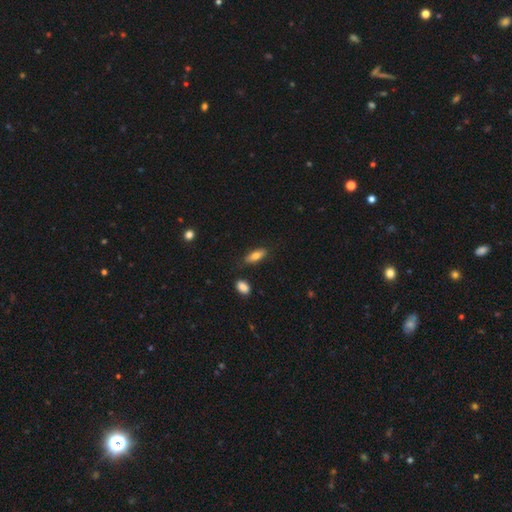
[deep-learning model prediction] Smooth or featured?
  - smooth: 75% *
  - featured or disk: 19%
  - star or artifact: 7%
How rounded?
  - in between: 63% *
  - cigar-shaped: 34%
  - round: 3%
Merging?
  - none: 82% *
  - minor disturbance: 12%
  - merger: 3%
  - major disturbance: 3%